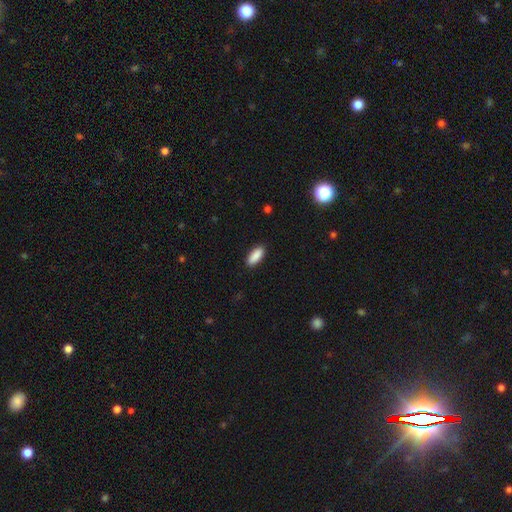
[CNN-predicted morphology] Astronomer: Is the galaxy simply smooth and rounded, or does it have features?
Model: smooth — 90%.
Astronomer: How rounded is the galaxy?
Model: in between — 79%.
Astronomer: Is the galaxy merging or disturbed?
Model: none — 89%.